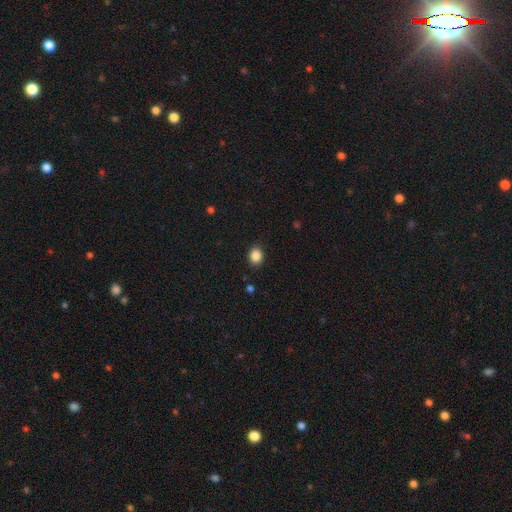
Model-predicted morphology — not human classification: Q: Smooth or featured?
A: smooth (87%); runner-up: star or artifact (10%)
Q: How rounded?
A: round (53%); runner-up: in between (46%)
Q: Merging?
A: none (88%); runner-up: minor disturbance (8%)